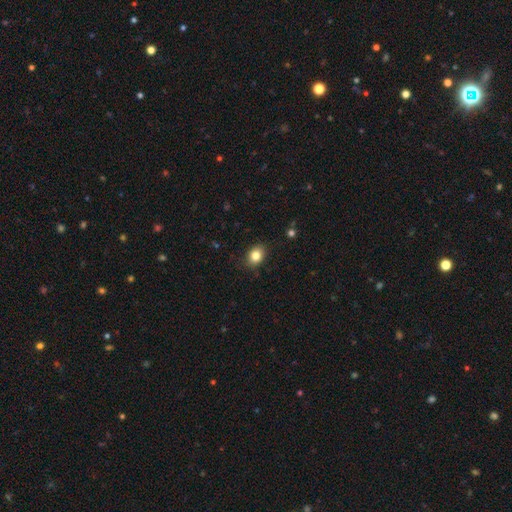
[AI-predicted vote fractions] A smooth galaxy with no disk features (83%) that is in between round and cigar-shaped (58%).

Vote fractions:
- Smooth or featured? smooth: 83% / star or artifact: 10% / featured or disk: 7%
- How rounded? in between: 58% / round: 41% / cigar-shaped: 1%
- Merging? none: 84% / minor disturbance: 12% / major disturbance: 3% / merger: 1%